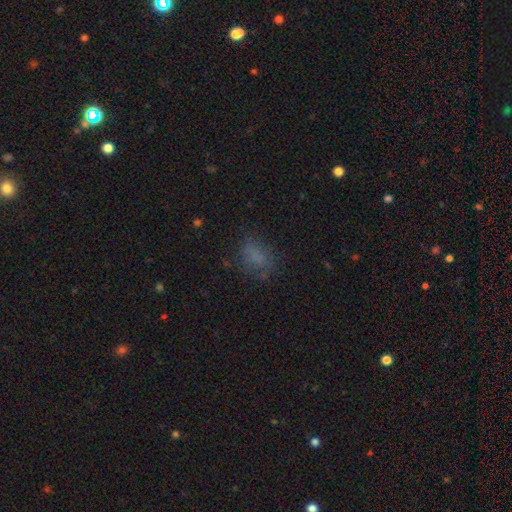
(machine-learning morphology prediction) Smooth or featured? Predicted: smooth (p=0.65). How rounded? Predicted: in between (p=0.70). Merging? Predicted: none (p=0.61).